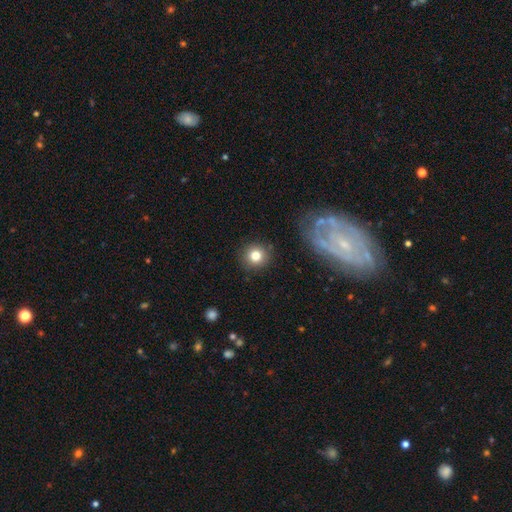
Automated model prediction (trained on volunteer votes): smooth 80%, star or artifact 11%, featured or disk 9%. Down the decision tree: how rounded — round (92%); merging — none (89%).